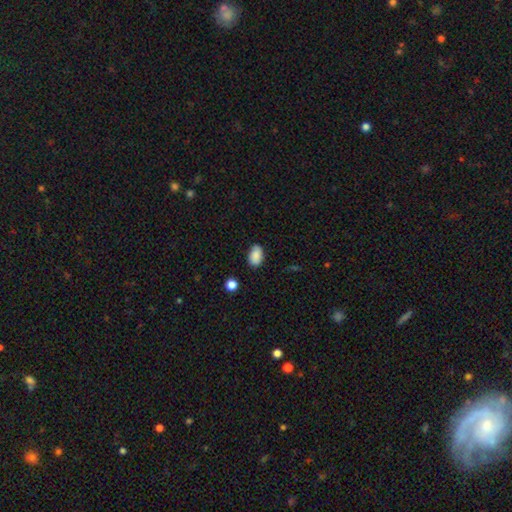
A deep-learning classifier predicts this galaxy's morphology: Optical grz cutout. It shows a smooth galaxy with no disk features (87%) that is in between round and cigar-shaped (88%). Merging: none (78%).